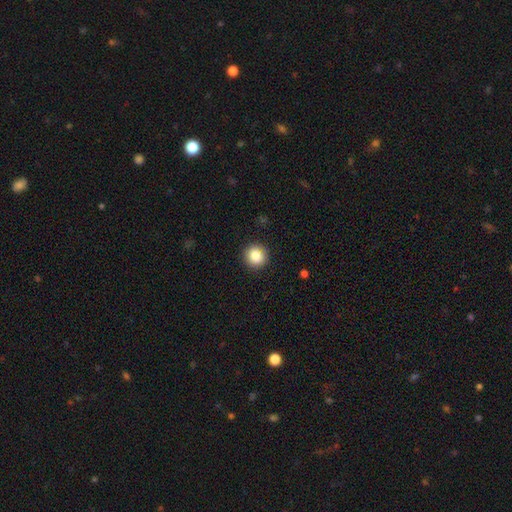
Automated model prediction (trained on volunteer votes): smooth_or_featured: smooth (p=0.84) [alt: star or artifact p=0.10]
how_rounded: round (p=0.94) [alt: in between p=0.05]
merging: none (p=0.91) [alt: minor disturbance p=0.06]